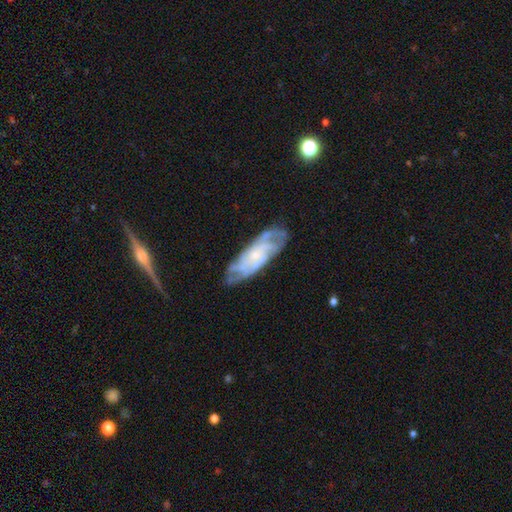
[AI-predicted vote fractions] This appears to be a featured or disk galaxy (75%) with no bar (72%), tight (56%) spiral arms (89%) and a small central bulge (69%). Merging: none (70%).